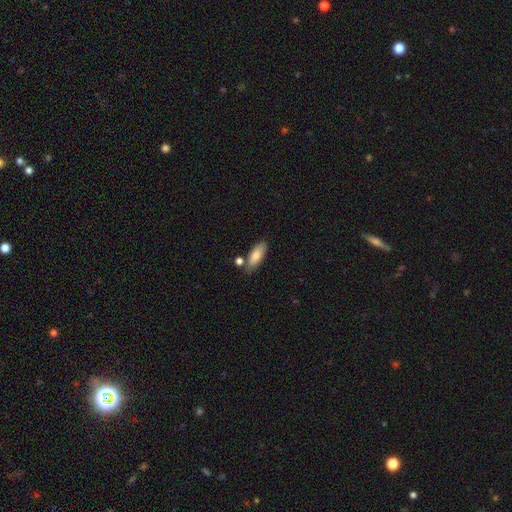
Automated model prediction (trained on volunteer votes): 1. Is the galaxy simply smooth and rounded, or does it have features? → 82% smooth, 12% featured or disk, 6% star or artifact.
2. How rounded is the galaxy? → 73% in between, 25% cigar-shaped, 2% round.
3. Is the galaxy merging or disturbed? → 71% none, 15% minor disturbance, 10% merger, 3% major disturbance.